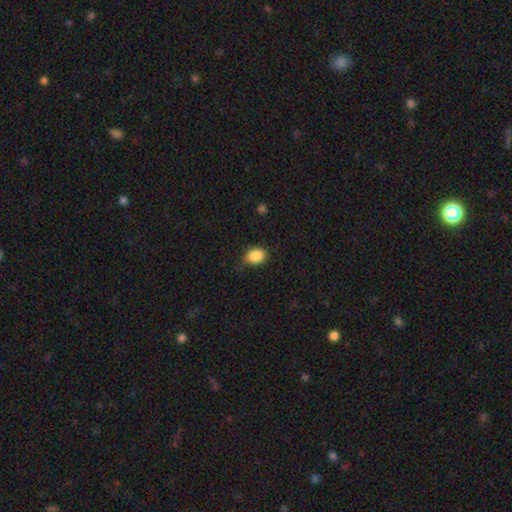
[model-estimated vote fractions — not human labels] Smooth or featured? Predicted: smooth (p=0.87). How rounded? Predicted: in between (p=0.52). Merging? Predicted: none (p=0.71).